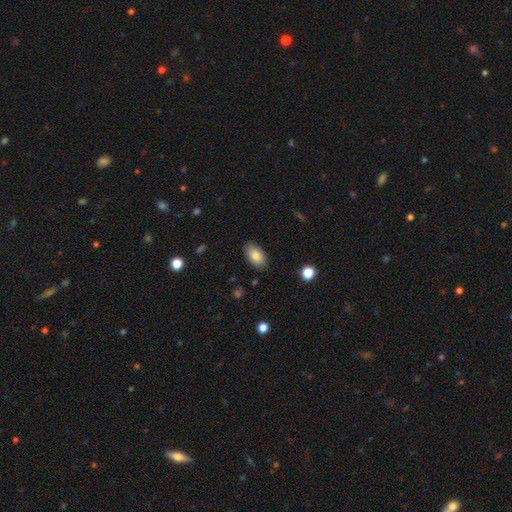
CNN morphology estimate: smooth-or-featured: smooth: 86% | star or artifact: 7% | featured or disk: 7%
  how-rounded: in between: 94% | round: 4% | cigar-shaped: 2%
  merging: none: 87% | minor disturbance: 10% | major disturbance: 2% | merger: 1%